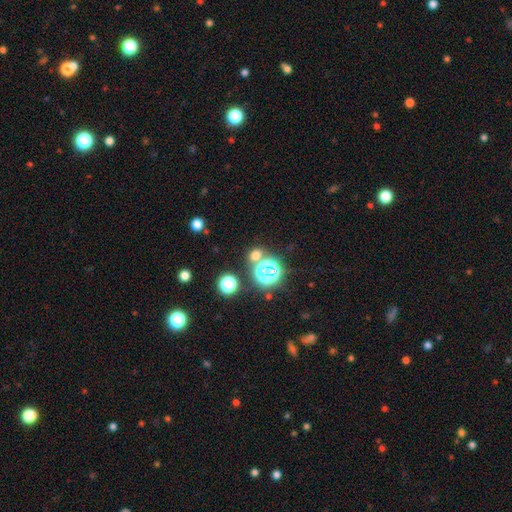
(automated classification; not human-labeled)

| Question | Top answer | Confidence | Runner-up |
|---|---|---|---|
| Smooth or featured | smooth | 55% | star or artifact (38%) |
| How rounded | round | 76% | in between (23%) |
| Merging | none | 72% | merger (16%) |